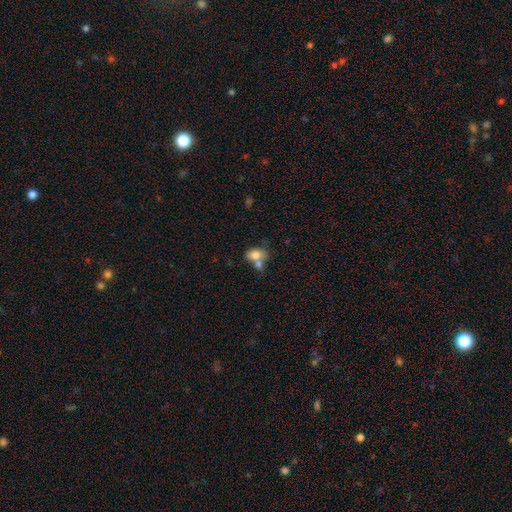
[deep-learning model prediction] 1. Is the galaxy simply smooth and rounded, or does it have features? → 78% smooth, 13% featured or disk, 9% star or artifact.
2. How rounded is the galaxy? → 74% in between, 24% round, 1% cigar-shaped.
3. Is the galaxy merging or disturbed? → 49% merger, 35% none, 11% minor disturbance, 5% major disturbance.